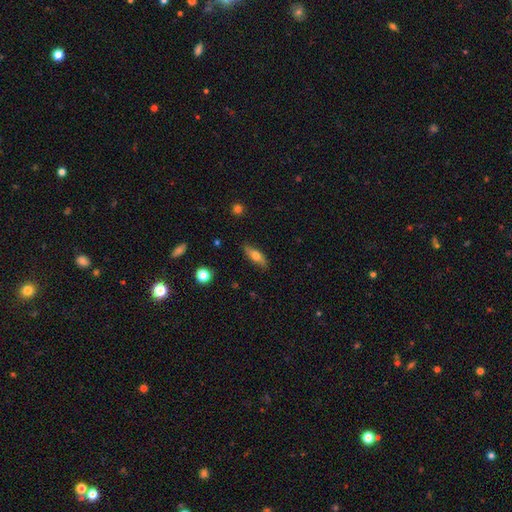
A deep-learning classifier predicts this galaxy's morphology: Overall: smooth (64%; featured or disk 29%). How rounded: in between (52%; cigar-shaped 44%). Merging: none (84%).